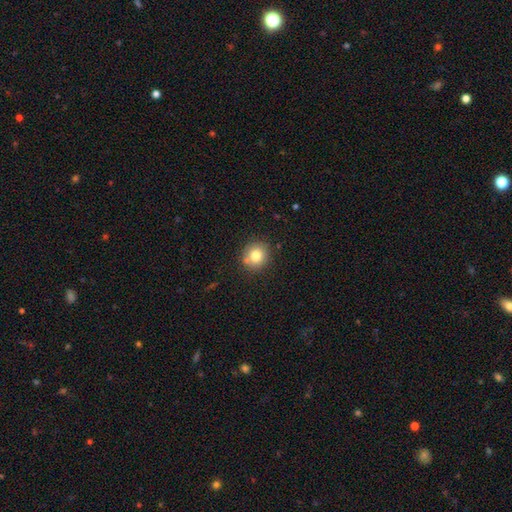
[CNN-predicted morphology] This appears to be a smooth galaxy with no disk features (78%) that is round (88%). Merging: none (80%).